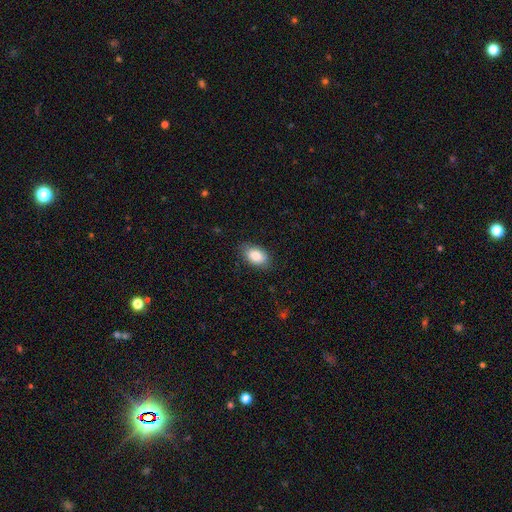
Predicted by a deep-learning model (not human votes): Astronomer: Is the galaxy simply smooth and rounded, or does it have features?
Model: smooth — 85%.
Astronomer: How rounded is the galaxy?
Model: in between — 89%.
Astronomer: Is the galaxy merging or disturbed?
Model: none — 82%.